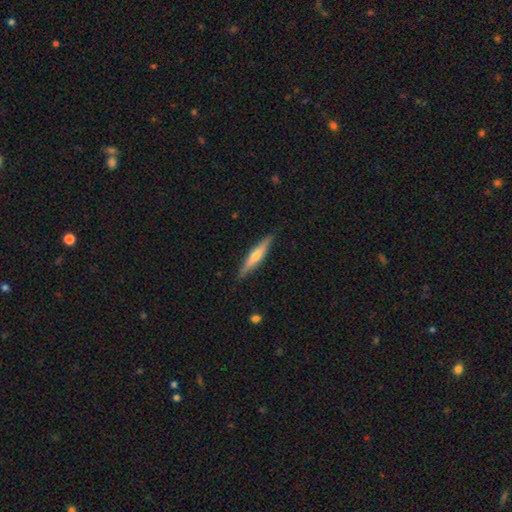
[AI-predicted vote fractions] Q: Smooth or featured?
A: featured or disk (53%); runner-up: smooth (42%)
Q: Edge-on disk?
A: yes (95%); runner-up: no (5%)
Q: Edge-on bulge?
A: rounded (79%); runner-up: none (16%)
Q: Merging?
A: none (89%); runner-up: minor disturbance (9%)